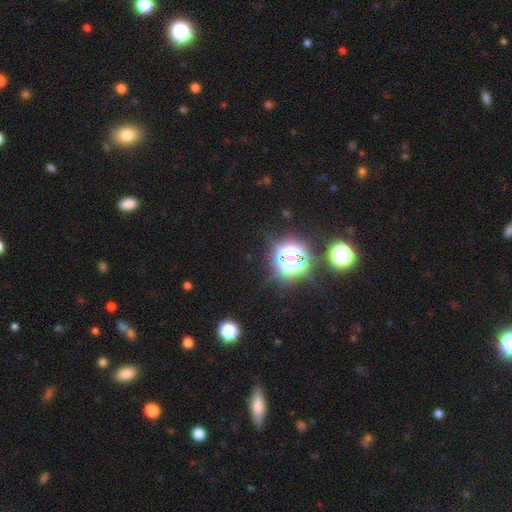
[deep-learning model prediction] star or artifact 72%, smooth 20%, featured or disk 7%.